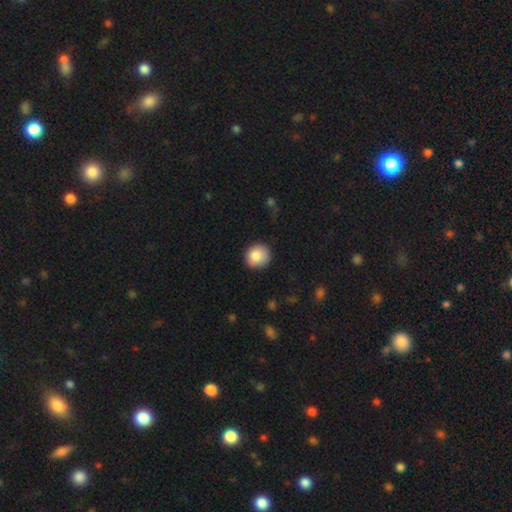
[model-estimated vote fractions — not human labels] Morphology: type=smooth (86%); roundness=round (85%); merging=none (85%).